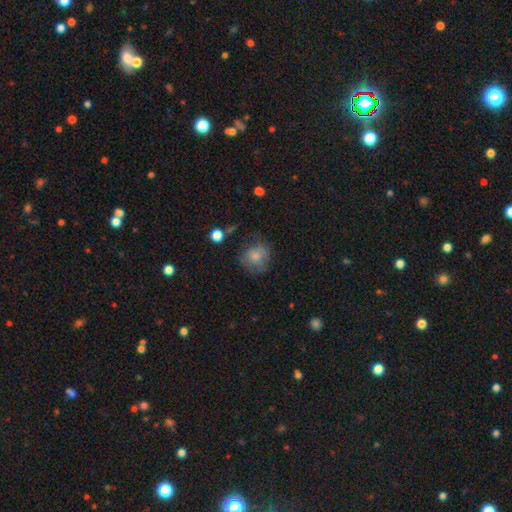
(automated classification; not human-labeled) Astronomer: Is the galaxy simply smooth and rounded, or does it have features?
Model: smooth — 72%.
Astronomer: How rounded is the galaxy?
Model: round — 73%.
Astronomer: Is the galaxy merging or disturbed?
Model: none — 54%.